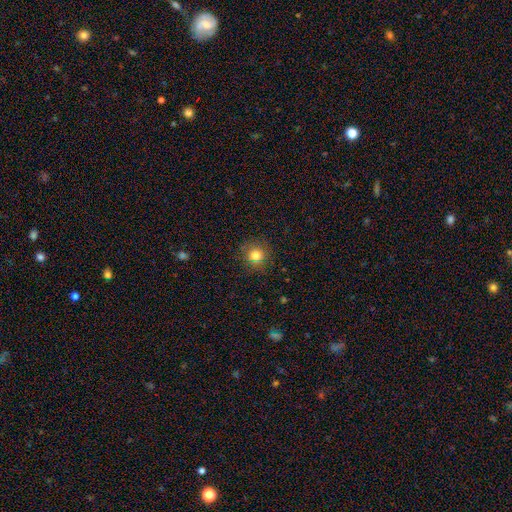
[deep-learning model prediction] Smooth or featured: smooth — 78% (star or artifact — 14%)
How rounded: round — 91% (in between — 8%)
Merging: none — 88% (minor disturbance — 8%)